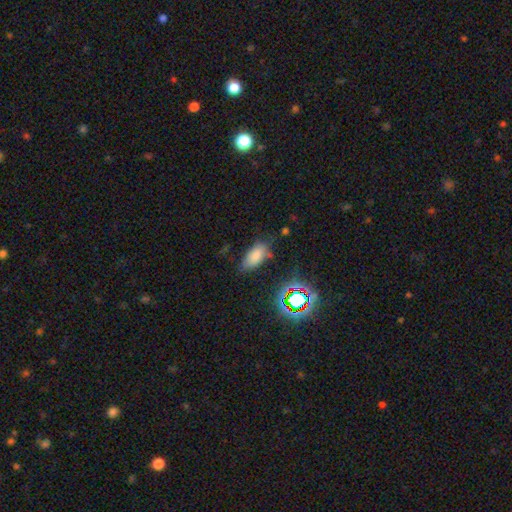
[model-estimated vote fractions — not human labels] Smooth or featured: smooth — 75% (star or artifact — 15%)
How rounded: in between — 90% (cigar-shaped — 6%)
Merging: none — 64% (minor disturbance — 25%)